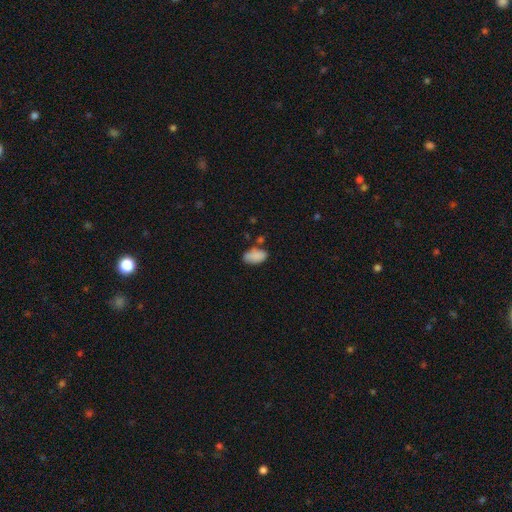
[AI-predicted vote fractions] smooth 86%, star or artifact 8%, featured or disk 6%. Down the decision tree: how rounded — in between (93%); merging — none (64%).